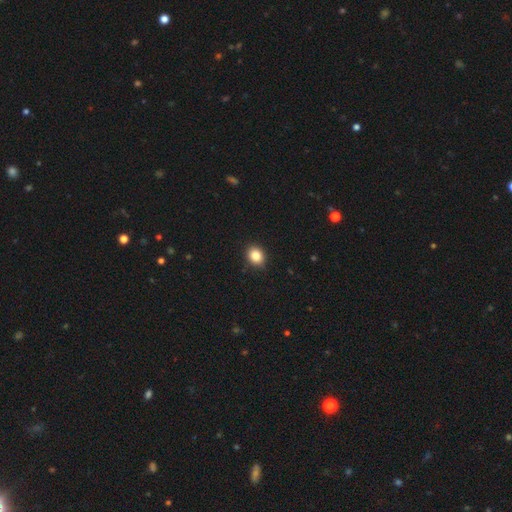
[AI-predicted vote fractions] The model was most divided on "how rounded": round: 54%, in between: 45%, cigar-shaped: 1%. More confident: merging — none (90%); smooth or featured — smooth (86%).